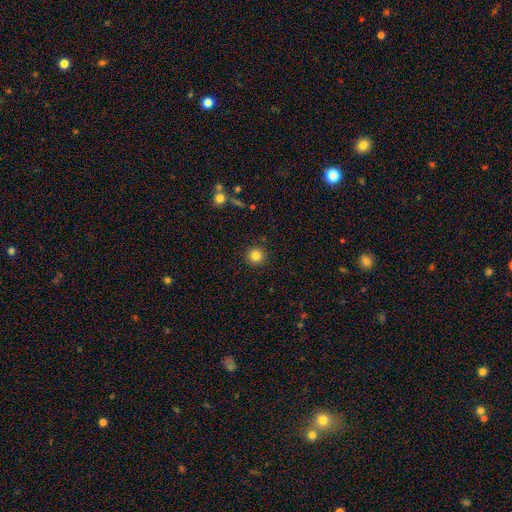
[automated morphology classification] A smooth galaxy with no disk features (83%) that is round (95%). Merging: none (91%).